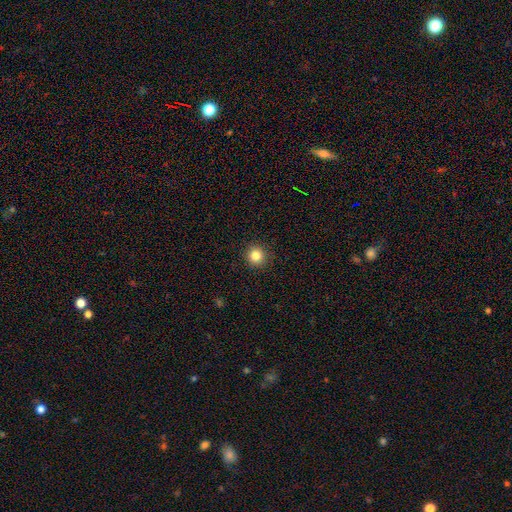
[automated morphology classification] Q: Smooth or featured?
A: smooth (83%); runner-up: star or artifact (12%)
Q: How rounded?
A: round (93%); runner-up: in between (6%)
Q: Merging?
A: none (92%); runner-up: minor disturbance (5%)